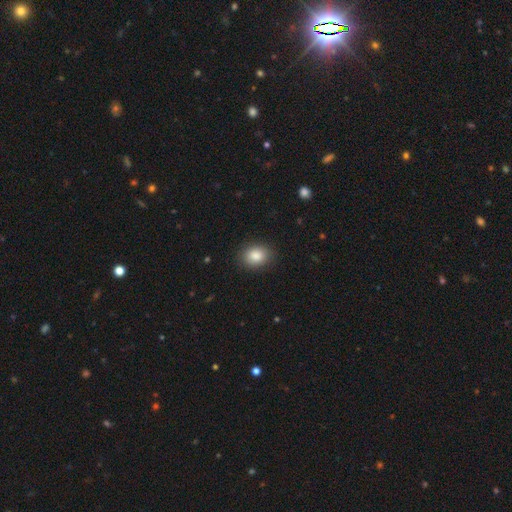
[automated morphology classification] This appears to be a smooth galaxy with no disk features (87%) that is in between round and cigar-shaped (62%). Merging: none (87%).